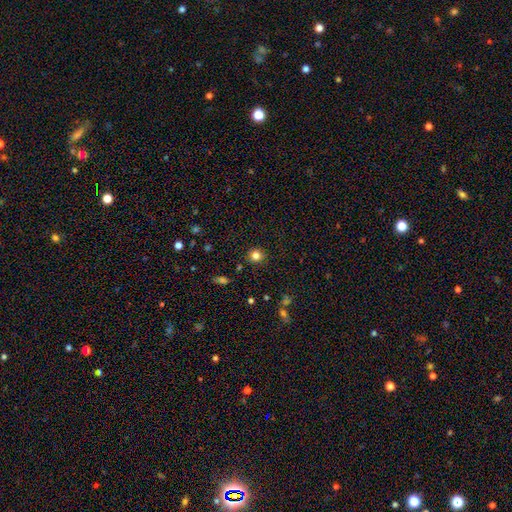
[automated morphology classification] The model was most divided on "smooth or featured": smooth: 82%, star or artifact: 13%, featured or disk: 6%. More confident: how rounded — round (90%); merging — none (90%).